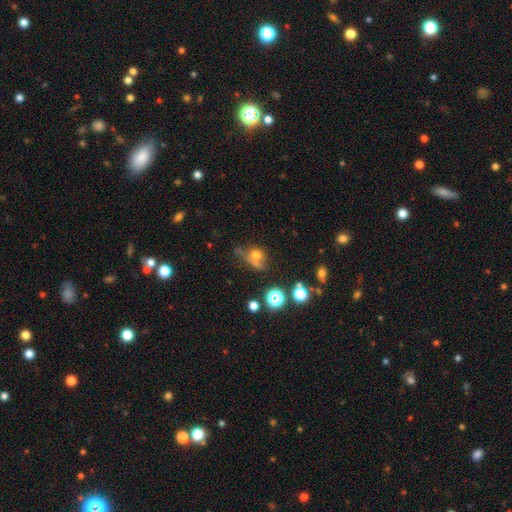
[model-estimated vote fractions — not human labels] smooth_or_featured: smooth (p=0.60) [alt: star or artifact p=0.21]
how_rounded: round (p=0.64) [alt: in between p=0.32]
merging: none (p=0.38) [alt: merger p=0.22]